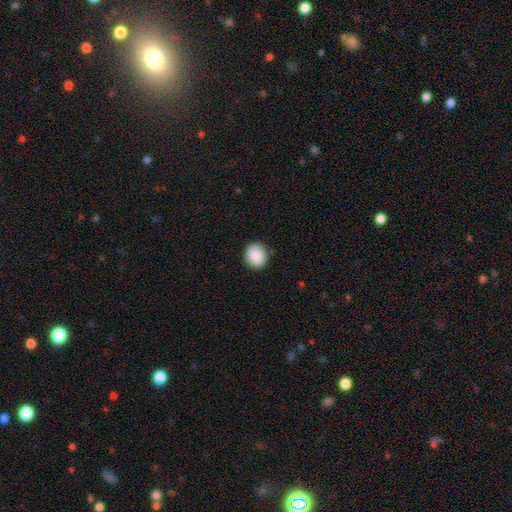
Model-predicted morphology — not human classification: A smooth galaxy with no disk features (89%) that is round (69%).

Vote fractions:
- Smooth or featured? smooth: 89% / star or artifact: 7% / featured or disk: 4%
- How rounded? round: 69% / in between: 30% / cigar-shaped: 1%
- Merging? none: 88% / minor disturbance: 9% / major disturbance: 2% / merger: 1%